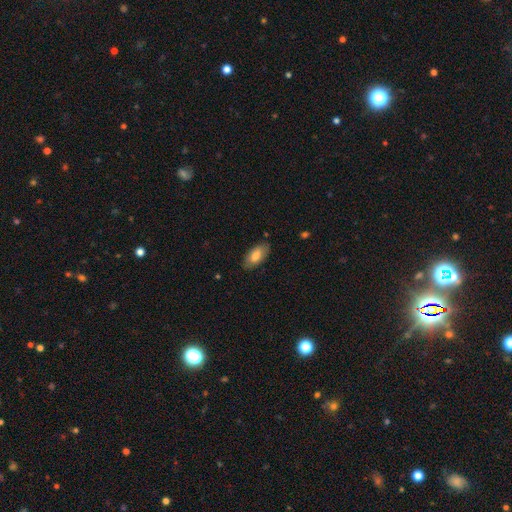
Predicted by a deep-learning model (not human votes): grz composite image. It shows a smooth galaxy with no disk features (77%) that is in between round and cigar-shaped (92%). Merging: none (83%).